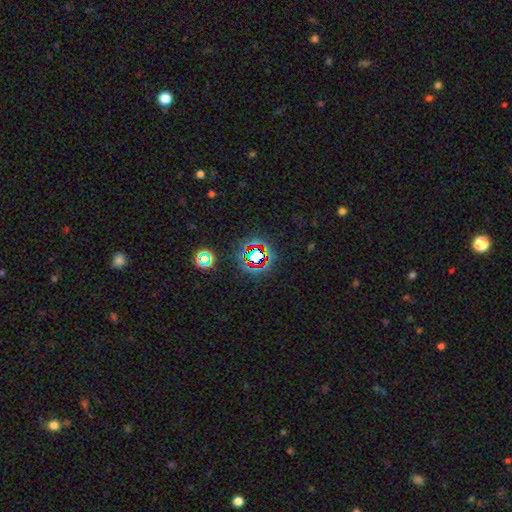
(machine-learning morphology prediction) This is likely a star or artifact rather than a galaxy (70%).